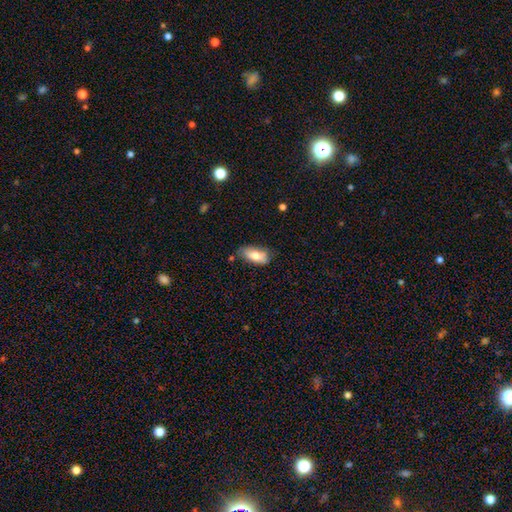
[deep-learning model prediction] smooth 74%, featured or disk 19%, star or artifact 7%. Down the decision tree: how rounded — in between (88%); merging — none (62%).